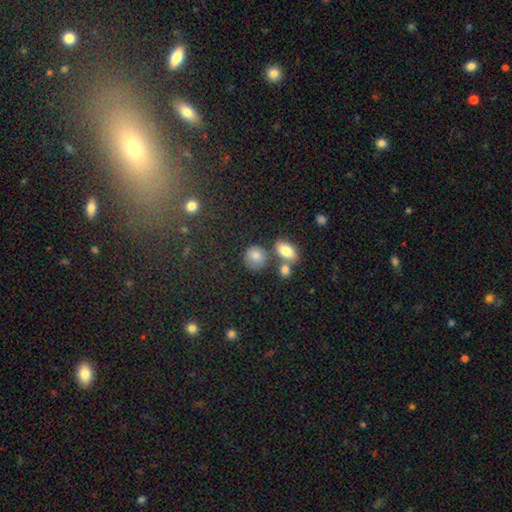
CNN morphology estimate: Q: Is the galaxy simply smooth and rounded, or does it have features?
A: smooth — 80%.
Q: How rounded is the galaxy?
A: round — 71%.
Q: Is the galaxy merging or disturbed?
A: none — 63%.